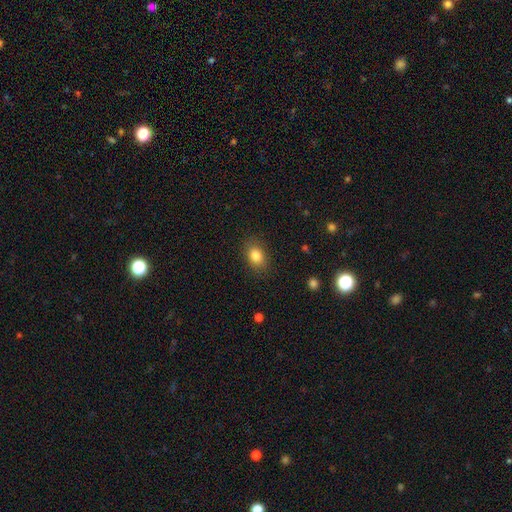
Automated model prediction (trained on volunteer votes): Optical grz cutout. It shows a smooth galaxy with no disk features (84%) that is in between round and cigar-shaped (73%). Merging: none (85%).